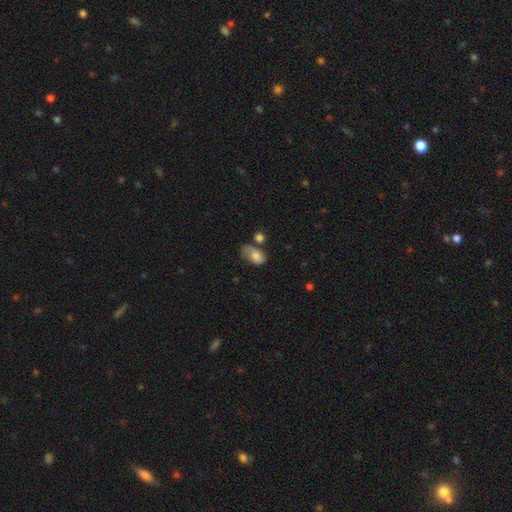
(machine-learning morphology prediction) type=smooth (71%); roundness=in between (86%); merging=none (33%).